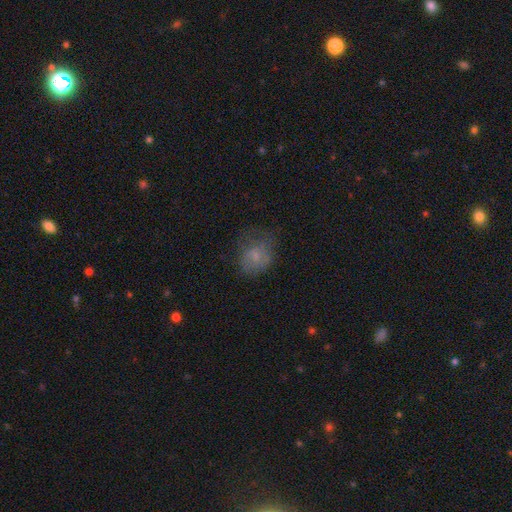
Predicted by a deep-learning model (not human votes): Smooth or featured? Predicted: smooth (p=0.64). How rounded? Predicted: round (p=0.51). Merging? Predicted: none (p=0.45).